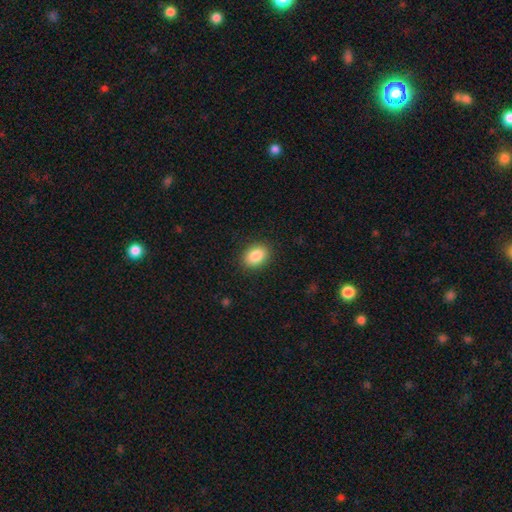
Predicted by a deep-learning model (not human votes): Smooth or featured: smooth — 87% (star or artifact — 8%)
How rounded: in between — 79% (round — 20%)
Merging: none — 89% (minor disturbance — 8%)